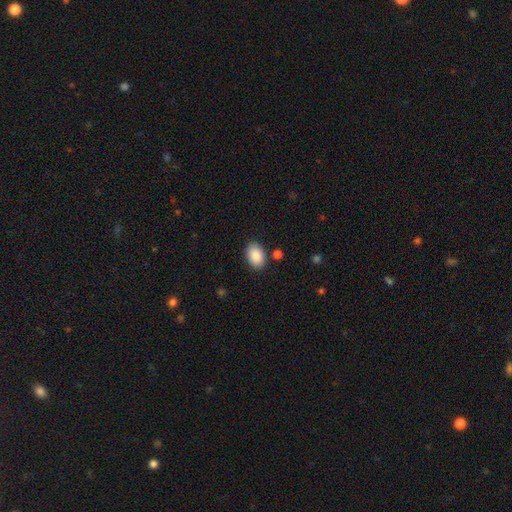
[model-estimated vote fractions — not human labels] Overall: smooth (89%). How rounded: in between (89%). Merging: none (84%).